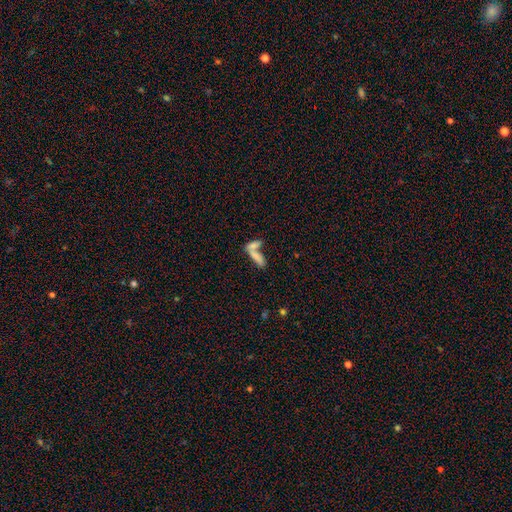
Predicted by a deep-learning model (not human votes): smooth-or-featured: smooth: 75% | featured or disk: 16% | star or artifact: 9%
  how-rounded: cigar-shaped: 50% | in between: 47% | round: 3%
  merging: merger: 61% | none: 27% | minor disturbance: 7% | major disturbance: 5%